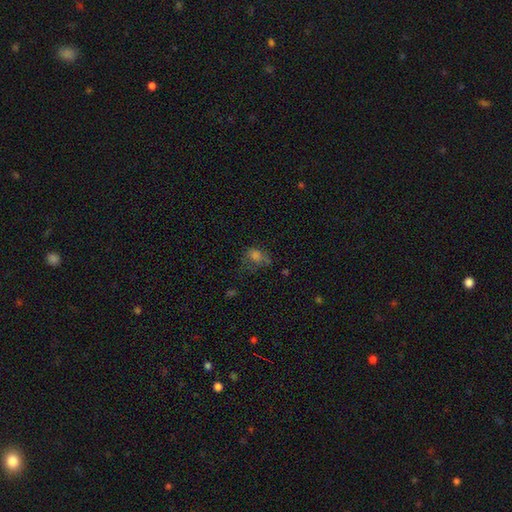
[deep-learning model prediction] The model was most divided on "how rounded": in between: 51%, round: 47%, cigar-shaped: 2%. Remaining: smooth or featured — smooth (56%); merging — none (40%).